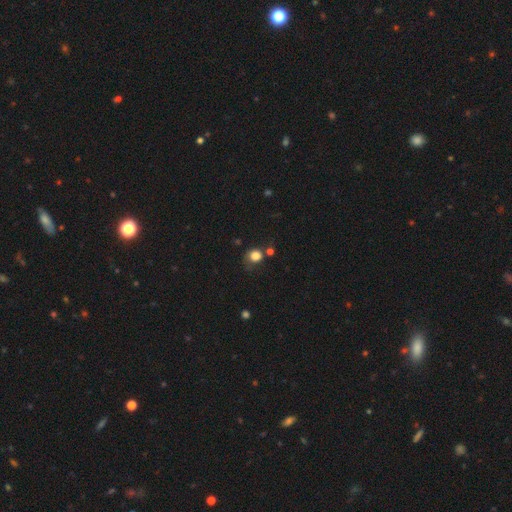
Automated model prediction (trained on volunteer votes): The model was most divided on "merging": none: 57%, minor disturbance: 22%, major disturbance: 11%, merger: 10%. More confident: smooth or featured — smooth (81%); how rounded — round (79%).